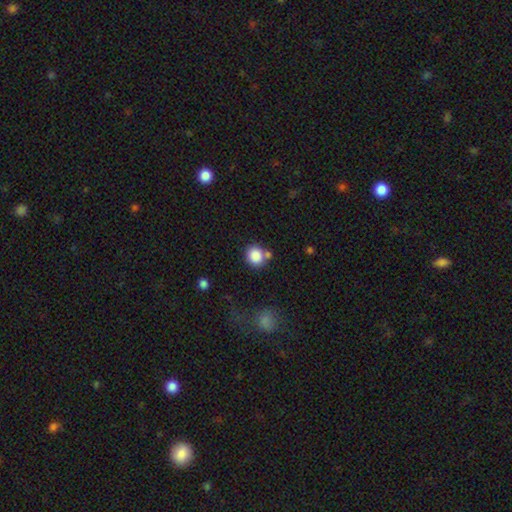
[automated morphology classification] smooth-or-featured: smooth: 86% | star or artifact: 9% | featured or disk: 5%
  how-rounded: round: 81% | in between: 18% | cigar-shaped: 1%
  merging: none: 66% | merger: 18% | minor disturbance: 12% | major disturbance: 4%